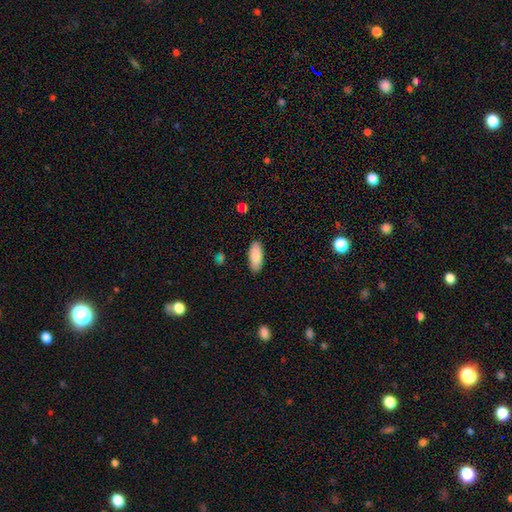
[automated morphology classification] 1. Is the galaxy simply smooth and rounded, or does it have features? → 87% smooth, 7% featured or disk, 6% star or artifact.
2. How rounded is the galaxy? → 83% in between, 15% cigar-shaped, 2% round.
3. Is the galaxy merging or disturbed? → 87% none, 10% minor disturbance, 2% major disturbance, 1% merger.